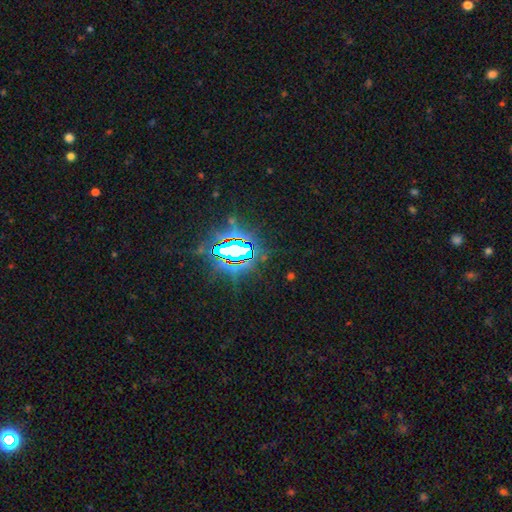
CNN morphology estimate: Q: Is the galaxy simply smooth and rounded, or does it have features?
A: star or artifact — 82%.